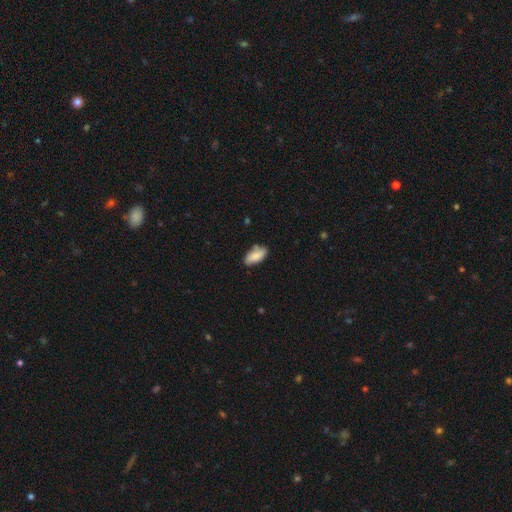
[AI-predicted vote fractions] This is clearly a smooth galaxy (81%). How rounded: clearly in between (90%). Merging: likely none (72%).